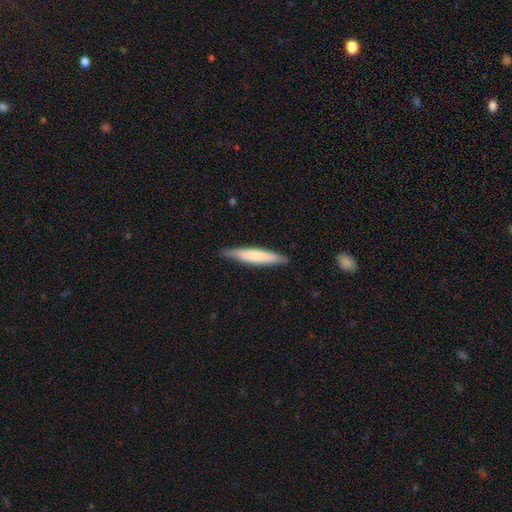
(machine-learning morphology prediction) Q: Smooth or featured?
A: smooth (67%); runner-up: featured or disk (29%)
Q: How rounded?
A: cigar-shaped (91%); runner-up: in between (8%)
Q: Merging?
A: none (84%); runner-up: minor disturbance (13%)